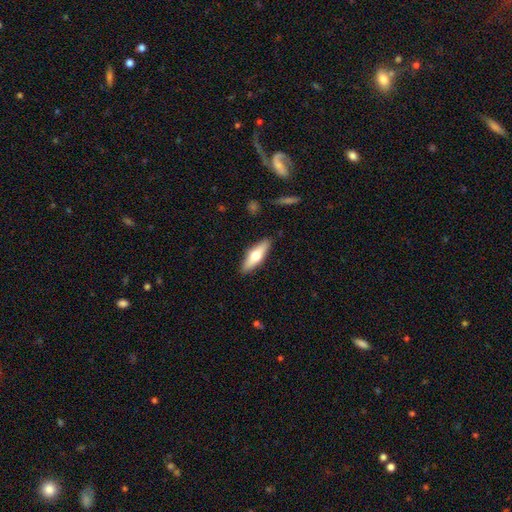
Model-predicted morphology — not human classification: Q: Smooth or featured?
A: smooth (54%); runner-up: featured or disk (41%)
Q: How rounded?
A: cigar-shaped (51%); runner-up: in between (46%)
Q: Merging?
A: none (88%); runner-up: minor disturbance (9%)